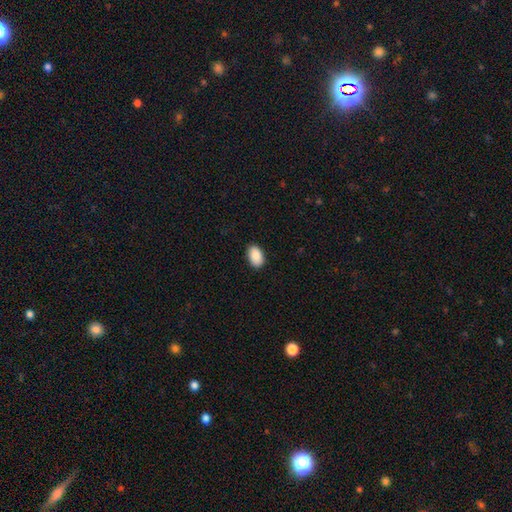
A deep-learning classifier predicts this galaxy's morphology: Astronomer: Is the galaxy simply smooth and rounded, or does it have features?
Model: smooth — 91%.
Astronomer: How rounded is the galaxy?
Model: in between — 92%.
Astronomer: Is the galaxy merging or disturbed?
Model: none — 89%.